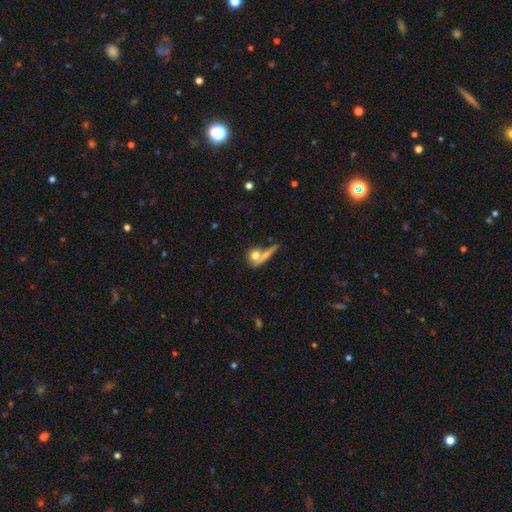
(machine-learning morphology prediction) Smooth or featured?
  - smooth: 70% *
  - featured or disk: 21%
  - star or artifact: 9%
How rounded?
  - round: 64% *
  - in between: 22%
  - cigar-shaped: 14%
Merging?
  - none: 44% *
  - merger: 36%
  - minor disturbance: 11%
  - major disturbance: 9%